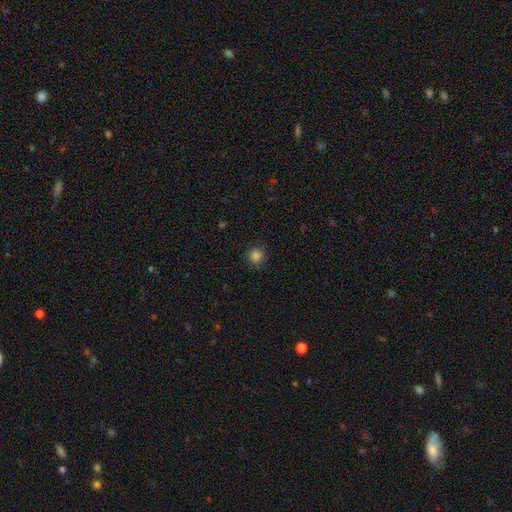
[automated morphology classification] Smooth or featured? smooth (84%)
How rounded? round (94%)
Merging? none (89%)